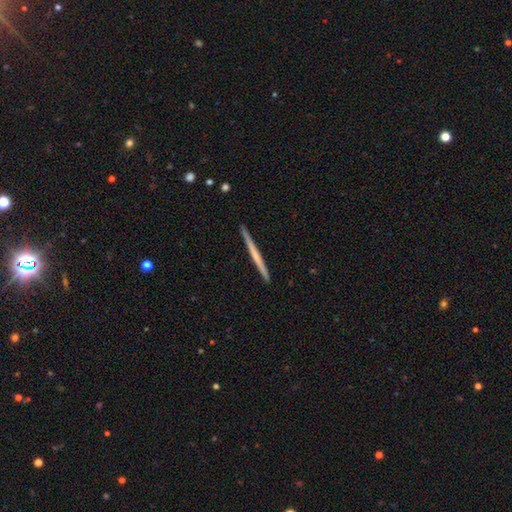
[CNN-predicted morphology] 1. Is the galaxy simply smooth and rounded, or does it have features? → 53% featured or disk, 42% smooth, 5% star or artifact.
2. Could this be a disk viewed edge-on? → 98% yes, 2% no.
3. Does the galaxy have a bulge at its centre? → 85% none, 11% rounded, 4% boxy.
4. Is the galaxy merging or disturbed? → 93% none, 5% minor disturbance, 1% major disturbance, 1% merger.